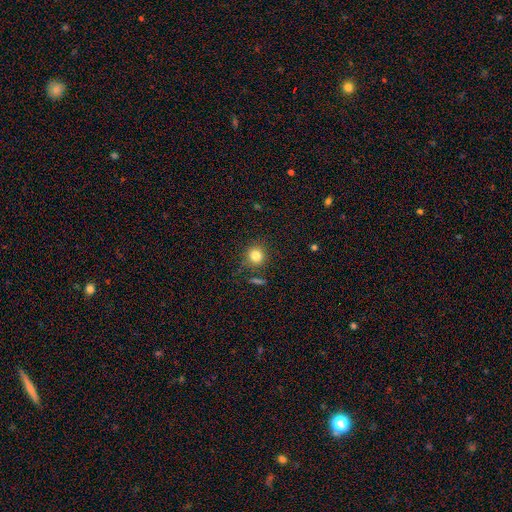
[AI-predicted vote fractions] Morphology: type=smooth (81%); roundness=round (89%); merging=none (85%).